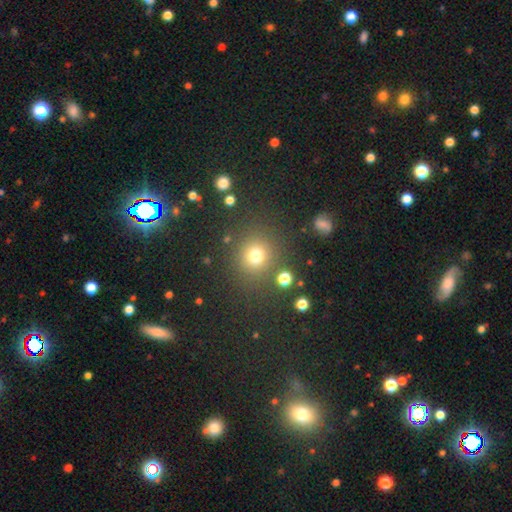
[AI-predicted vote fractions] Smooth or featured? smooth (75%)
How rounded? round (91%)
Merging? none (83%)